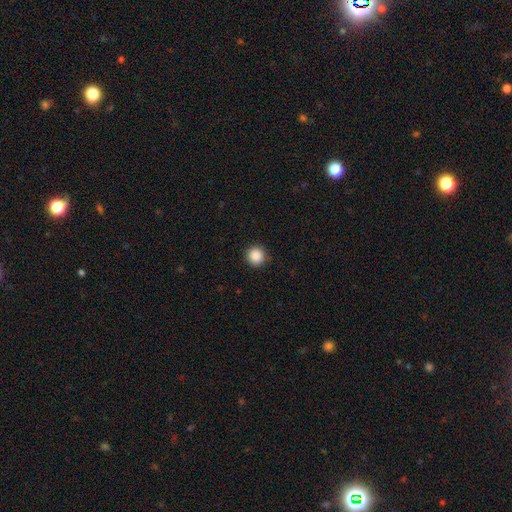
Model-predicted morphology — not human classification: Smooth or featured: smooth — 88% (star or artifact — 9%)
How rounded: round — 96% (in between — 3%)
Merging: none — 91% (minor disturbance — 6%)